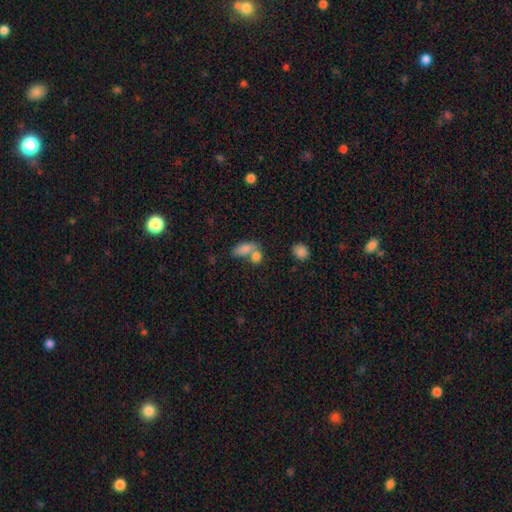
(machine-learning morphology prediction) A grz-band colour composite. It shows a smooth galaxy with no disk features (50%). Merging: none (42%).